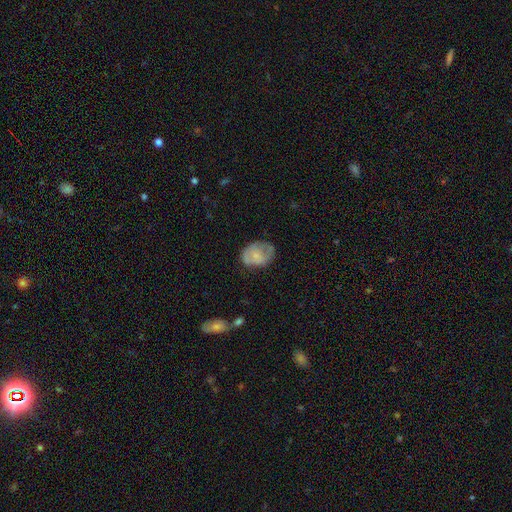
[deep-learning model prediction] Overall: smooth (62%; featured or disk 31%). How rounded: in between (65%; round 34%). Merging: none (50%; minor disturbance 32%).